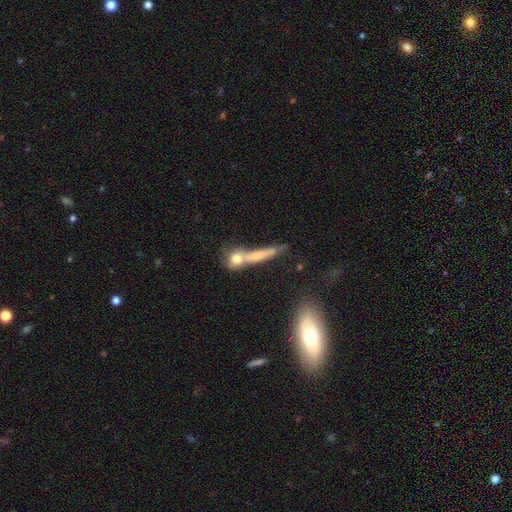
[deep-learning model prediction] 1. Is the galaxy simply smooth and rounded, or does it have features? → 51% smooth, 36% featured or disk, 13% star or artifact.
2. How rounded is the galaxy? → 71% cigar-shaped, 16% in between, 13% round.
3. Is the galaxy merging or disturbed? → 49% none, 30% merger, 13% minor disturbance, 8% major disturbance.